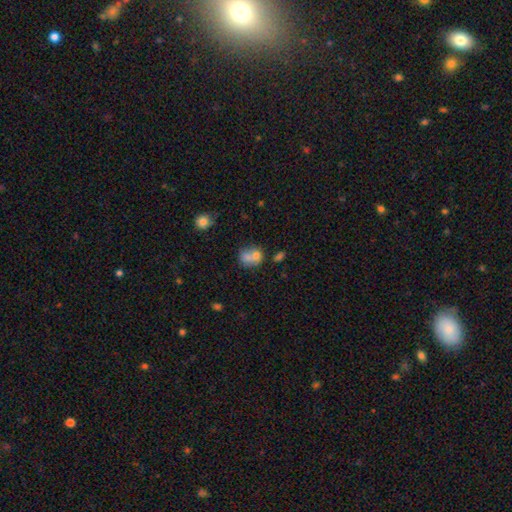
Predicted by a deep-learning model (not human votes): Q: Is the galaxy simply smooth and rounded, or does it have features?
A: smooth — 73%.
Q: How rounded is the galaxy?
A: round — 57%.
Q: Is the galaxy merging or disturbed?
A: merger — 55%.